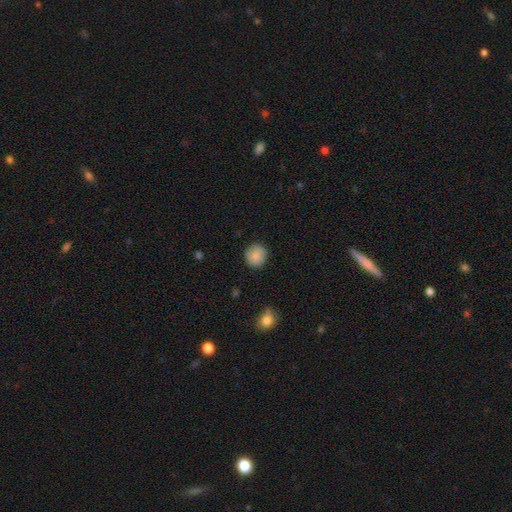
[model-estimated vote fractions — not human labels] Smooth or featured?
  - smooth: 85% *
  - star or artifact: 8%
  - featured or disk: 7%
How rounded?
  - round: 91% *
  - in between: 8%
  - cigar-shaped: 1%
Merging?
  - none: 86% *
  - minor disturbance: 11%
  - major disturbance: 2%
  - merger: 1%